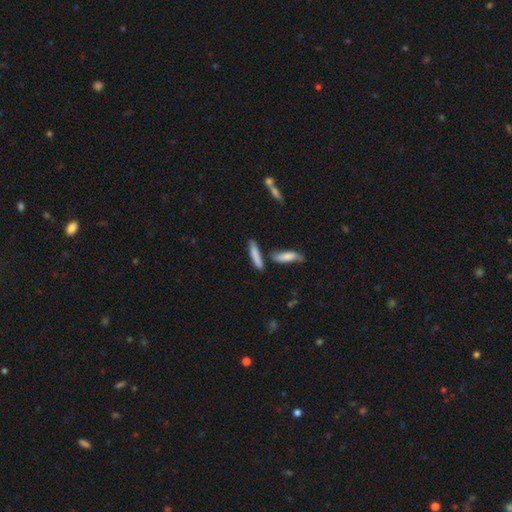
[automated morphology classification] This appears to be a smooth galaxy with no disk features (76%) that is cigar-shaped (81%). Merging: none (66%).